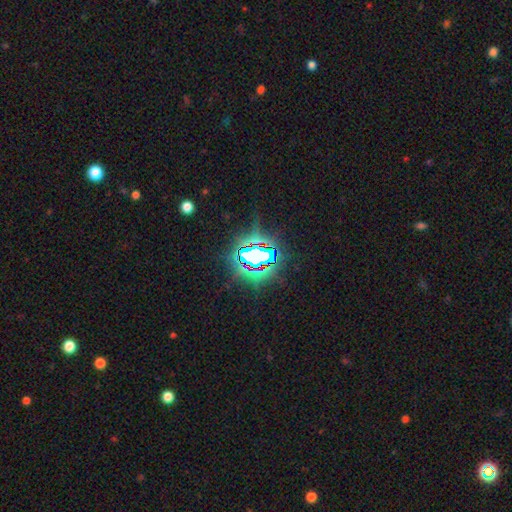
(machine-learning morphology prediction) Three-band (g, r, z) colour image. It shows a star or artifact, not a galaxy (76%).